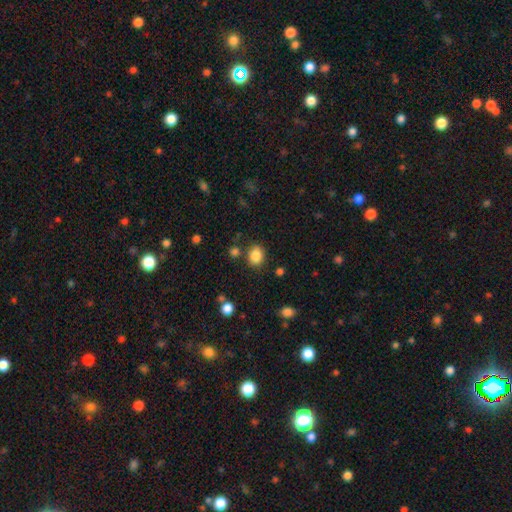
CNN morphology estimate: The model was most divided on "how rounded": round: 53%, in between: 47%, cigar-shaped: 1%. More confident: smooth or featured — smooth (85%); merging — none (80%).